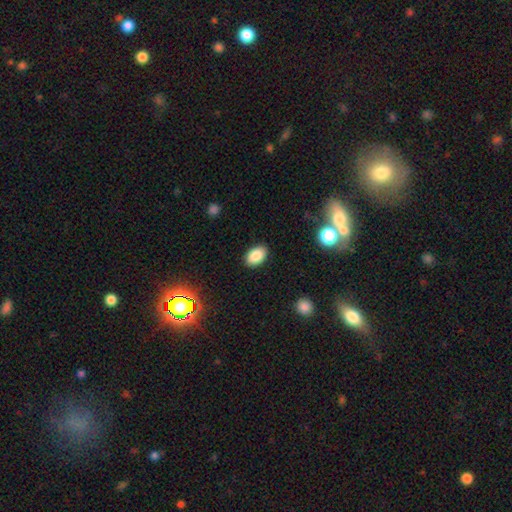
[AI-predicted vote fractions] smooth_or_featured: smooth (p=0.87) [alt: star or artifact p=0.09]
how_rounded: in between (p=0.89) [alt: round p=0.10]
merging: none (p=0.88) [alt: minor disturbance p=0.09]